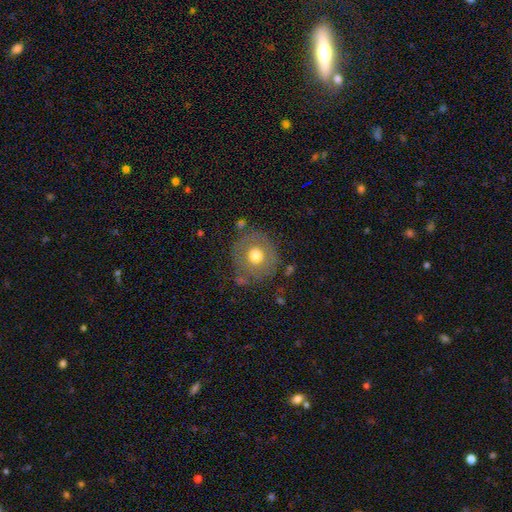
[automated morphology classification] This is possibly a smooth galaxy (59%). How rounded: clearly round (91%). Merging: likely none (74%).